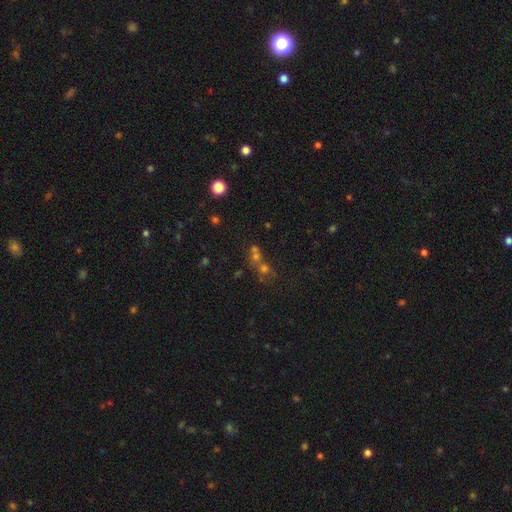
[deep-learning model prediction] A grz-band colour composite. It shows a smooth galaxy with no disk features (45%). Merging: merger (50%).